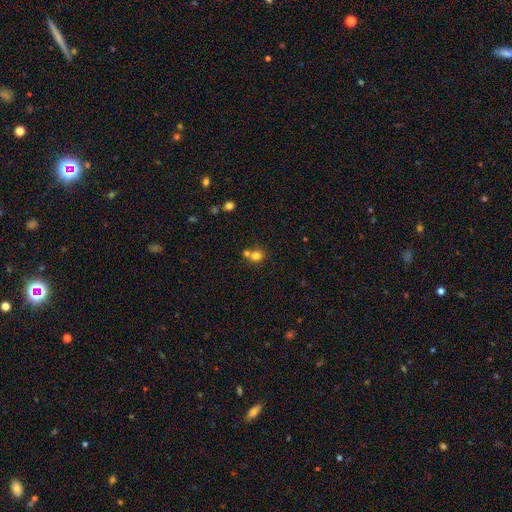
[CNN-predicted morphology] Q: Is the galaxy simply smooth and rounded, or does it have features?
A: smooth — 76%.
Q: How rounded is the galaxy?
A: round — 80%.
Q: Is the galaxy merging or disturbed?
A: none — 45%.